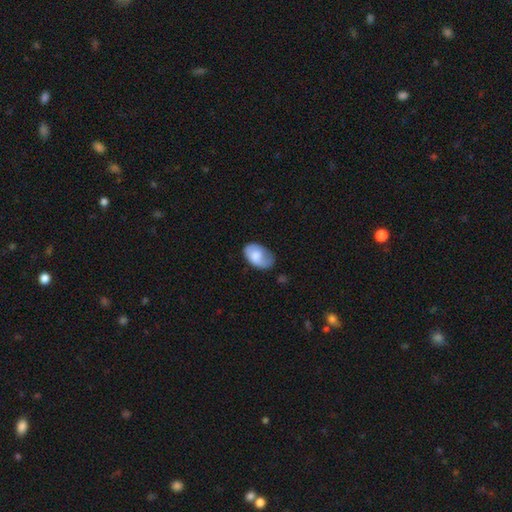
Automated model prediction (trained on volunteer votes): Overall: smooth (71%). How rounded: in between (92%). Merging: none (52%; minor disturbance 34%).